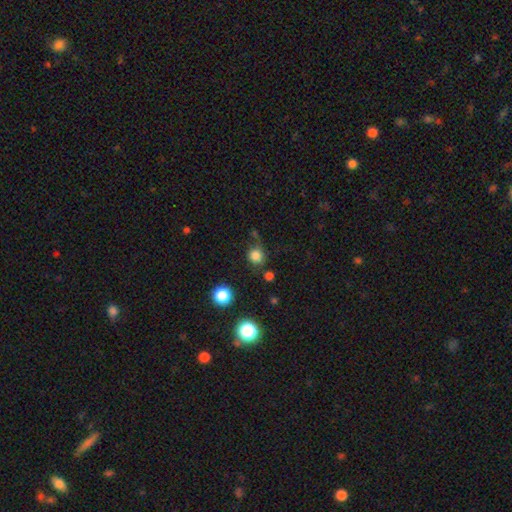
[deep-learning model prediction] Q: Smooth or featured?
A: smooth (81%); runner-up: star or artifact (14%)
Q: How rounded?
A: round (87%); runner-up: in between (12%)
Q: Merging?
A: none (73%); runner-up: minor disturbance (15%)